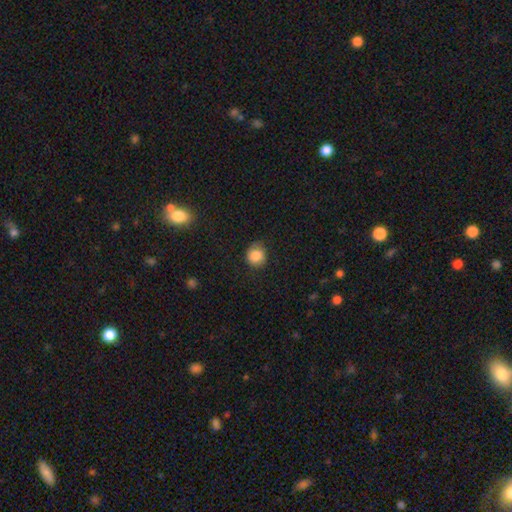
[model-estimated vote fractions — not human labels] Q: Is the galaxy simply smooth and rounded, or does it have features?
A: smooth — 84%.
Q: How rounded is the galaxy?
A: round — 84%.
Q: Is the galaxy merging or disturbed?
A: none — 73%.